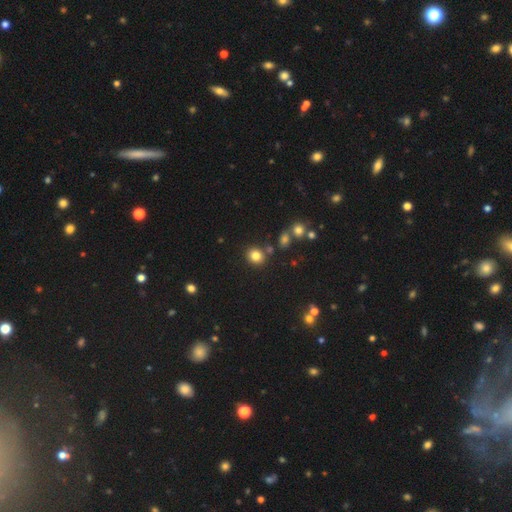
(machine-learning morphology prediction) A smooth galaxy with no disk features (81%) that is round (78%). Merging: none (80%).